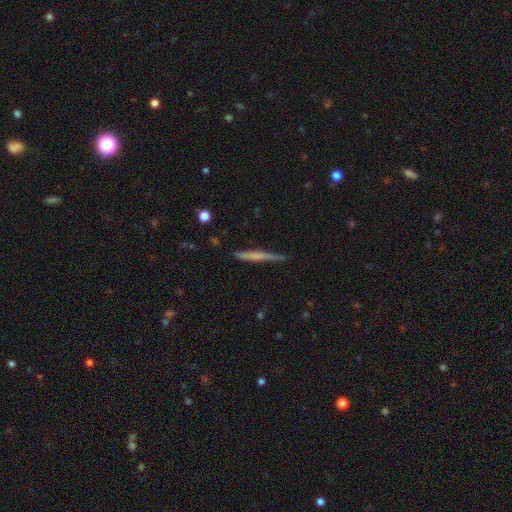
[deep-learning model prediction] smooth 53%, featured or disk 40%, star or artifact 7%. Down the decision tree: how rounded — cigar-shaped (95%); merging — none (79%).